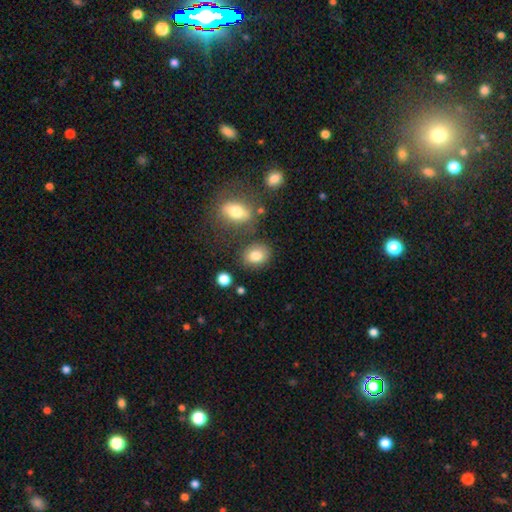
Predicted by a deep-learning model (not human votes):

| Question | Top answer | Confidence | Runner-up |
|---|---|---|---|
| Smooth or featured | smooth | 81% | star or artifact (10%) |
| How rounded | in between | 56% | round (42%) |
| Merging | none | 78% | minor disturbance (12%) |